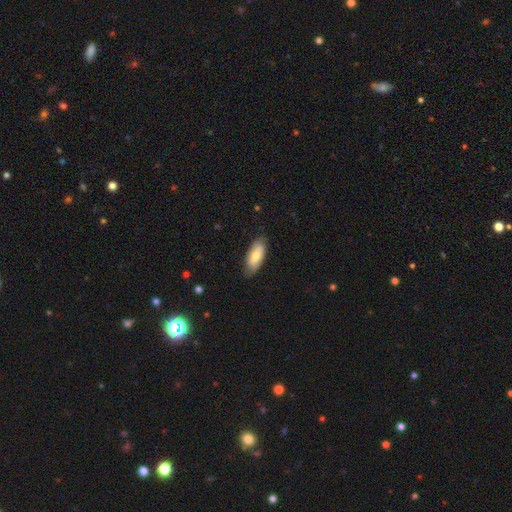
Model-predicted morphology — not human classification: smooth-or-featured: smooth: 74% | featured or disk: 20% | star or artifact: 5%
  how-rounded: in between: 81% | cigar-shaped: 17% | round: 2%
  merging: none: 81% | minor disturbance: 16% | major disturbance: 3% | merger: 1%